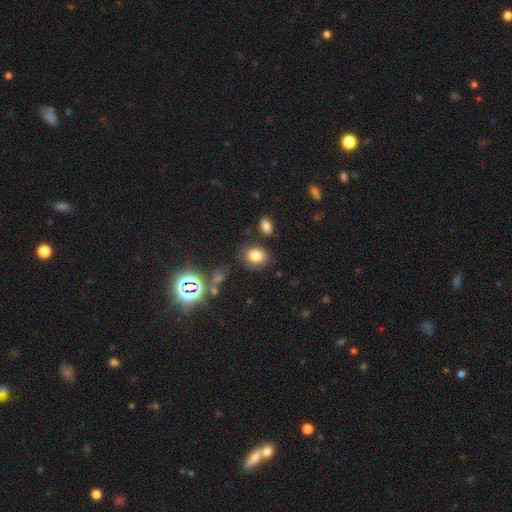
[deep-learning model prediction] smooth-or-featured: smooth: 76% | star or artifact: 14% | featured or disk: 10%
  how-rounded: in between: 54% | round: 45% | cigar-shaped: 1%
  merging: none: 70% | minor disturbance: 17% | major disturbance: 7% | merger: 6%